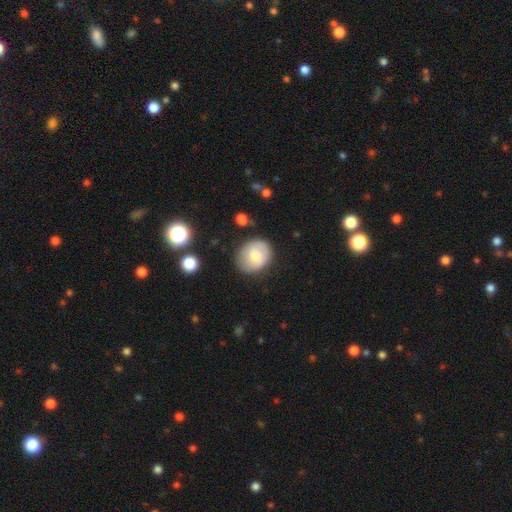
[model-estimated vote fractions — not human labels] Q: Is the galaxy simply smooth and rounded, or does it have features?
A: smooth — 68%.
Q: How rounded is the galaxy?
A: round — 65%.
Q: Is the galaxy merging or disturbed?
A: none — 79%.